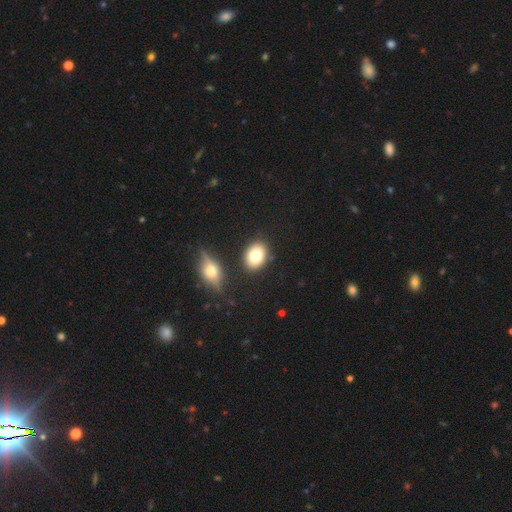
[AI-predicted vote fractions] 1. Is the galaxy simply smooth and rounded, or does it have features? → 78% smooth, 13% featured or disk, 9% star or artifact.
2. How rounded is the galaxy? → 69% in between, 29% round, 1% cigar-shaped.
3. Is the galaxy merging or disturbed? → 83% none, 9% minor disturbance, 5% merger, 3% major disturbance.